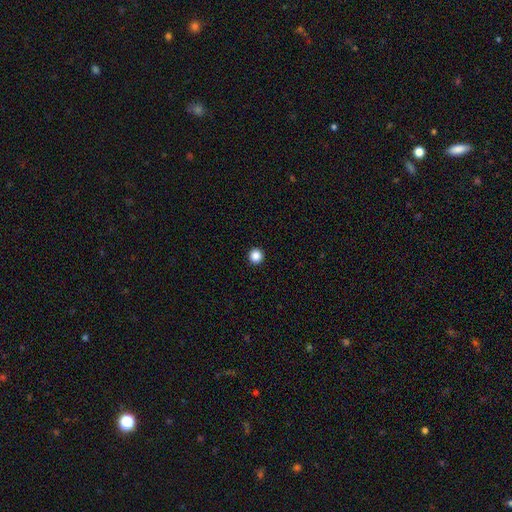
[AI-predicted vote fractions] A smooth galaxy with no disk features (87%) that is round (96%).

Vote fractions:
- Smooth or featured? smooth: 87% / star or artifact: 10% / featured or disk: 3%
- How rounded? round: 96% / in between: 3% / cigar-shaped: 1%
- Merging? none: 94% / minor disturbance: 3% / major disturbance: 1% / merger: 1%